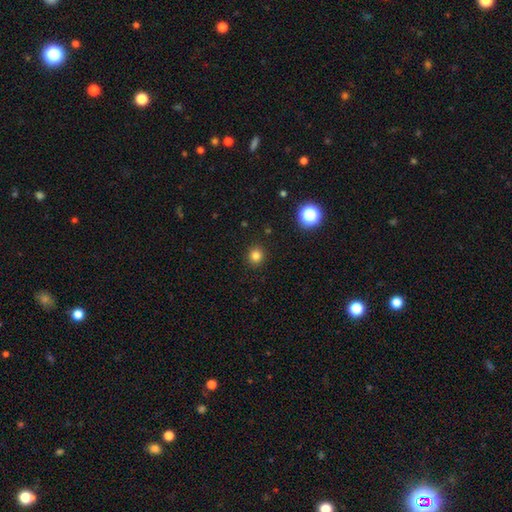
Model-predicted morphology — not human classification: type=smooth (81%); roundness=round (91%); merging=none (91%).